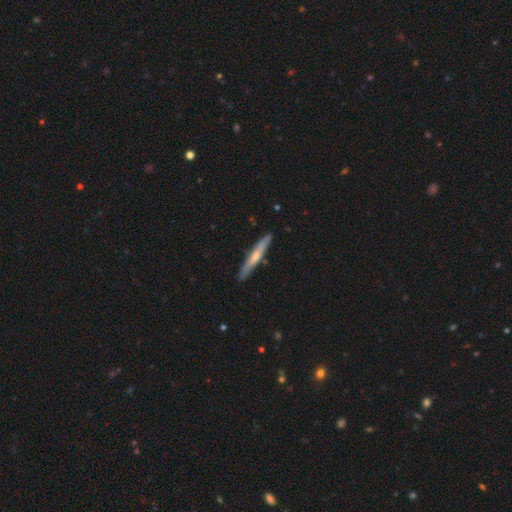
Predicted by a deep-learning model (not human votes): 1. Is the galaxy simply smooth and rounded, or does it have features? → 50% featured or disk, 45% smooth, 5% star or artifact.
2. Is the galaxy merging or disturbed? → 88% none, 9% minor disturbance, 2% major disturbance, 1% merger.